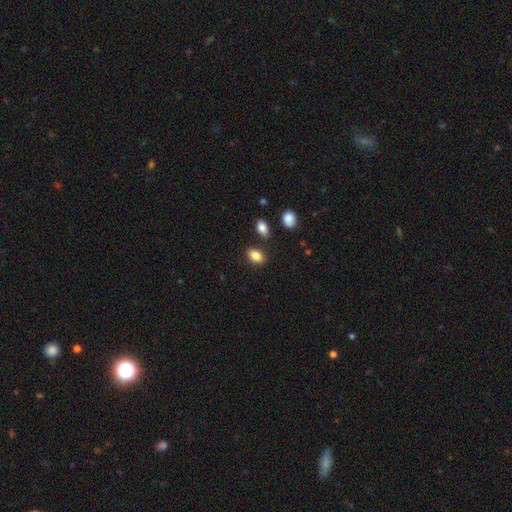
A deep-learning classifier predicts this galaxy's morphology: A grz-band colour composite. It shows a smooth galaxy with no disk features (85%) that is in between round and cigar-shaped (84%). Merging: none (81%).